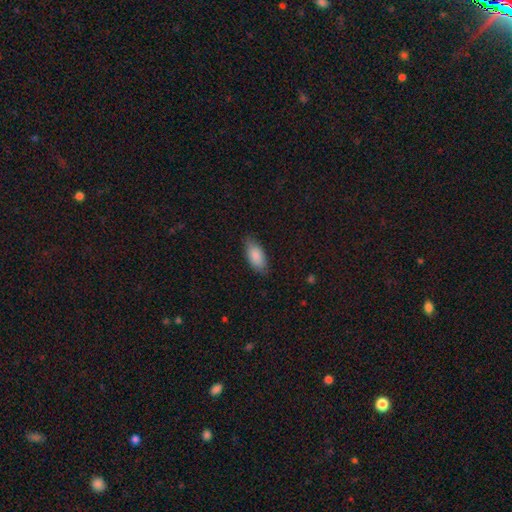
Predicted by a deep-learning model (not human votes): This is clearly a smooth galaxy (87%). How rounded: clearly in between (90%). Merging: clearly none (81%).